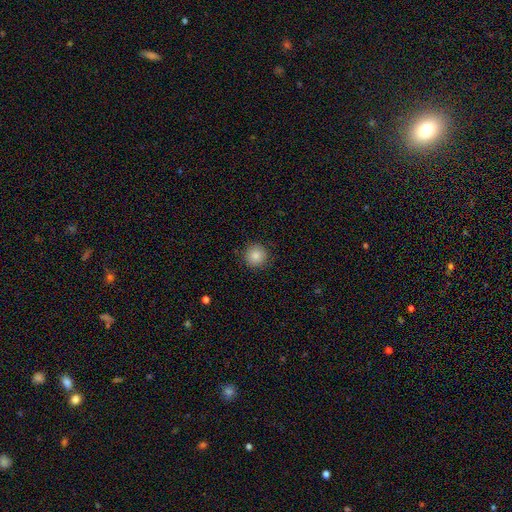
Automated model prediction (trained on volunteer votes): smooth 85%, star or artifact 10%, featured or disk 5%. Down the decision tree: how rounded — round (95%); merging — none (90%).